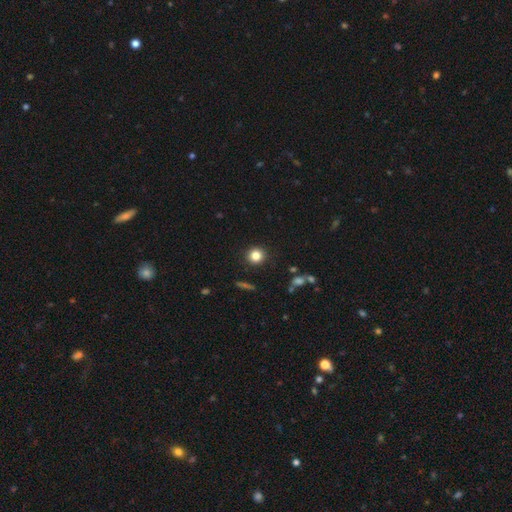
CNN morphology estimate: Q: Smooth or featured?
A: smooth (82%); runner-up: star or artifact (12%)
Q: How rounded?
A: round (91%); runner-up: in between (8%)
Q: Merging?
A: none (91%); runner-up: minor disturbance (6%)